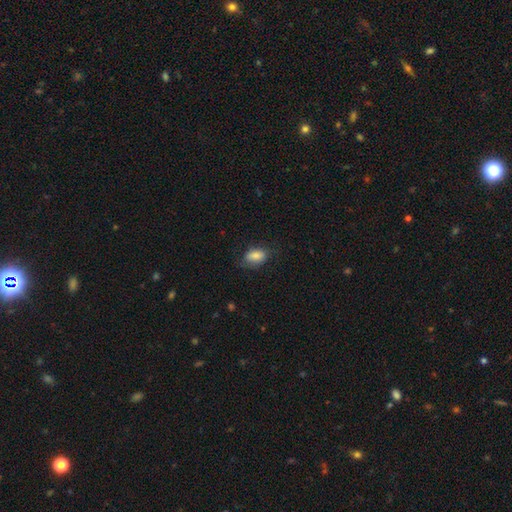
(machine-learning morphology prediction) Smooth or featured?
  - smooth: 80% *
  - featured or disk: 13%
  - star or artifact: 7%
How rounded?
  - in between: 88% *
  - round: 10%
  - cigar-shaped: 2%
Merging?
  - none: 65% *
  - minor disturbance: 25%
  - major disturbance: 9%
  - merger: 1%